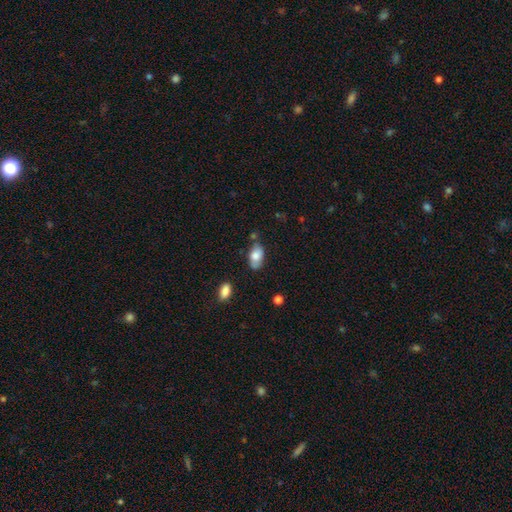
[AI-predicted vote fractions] Smooth or featured? smooth (77%)
How rounded? in between (93%)
Merging? none (68%)